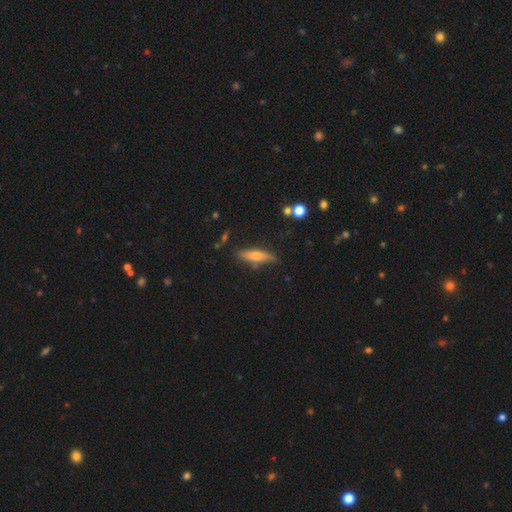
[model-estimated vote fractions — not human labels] This is possibly a smooth galaxy (55%). How rounded: likely cigar-shaped (73%). Merging: likely none (78%).